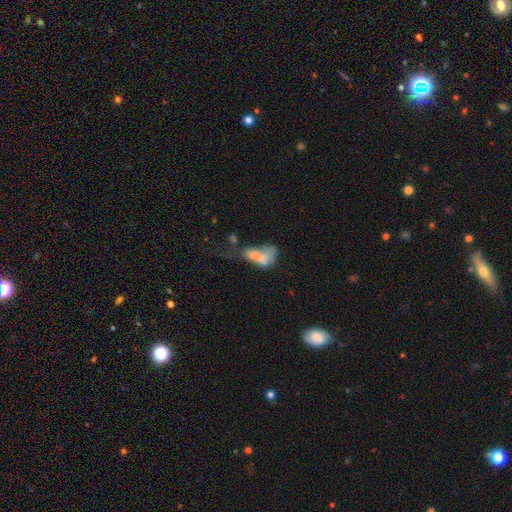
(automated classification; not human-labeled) This appears to be a smooth galaxy with no disk features (60%) that is in between round and cigar-shaped (73%). Merging: major disturbance (47%).